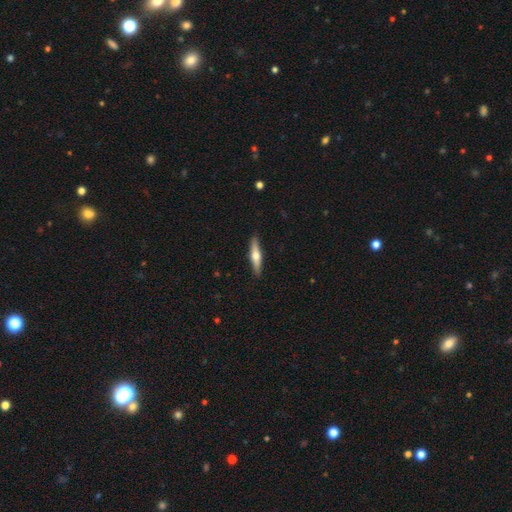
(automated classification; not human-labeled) smooth-or-featured: featured or disk: 52% | smooth: 43% | star or artifact: 5%
  disk-edge-on: yes: 94% | no: 6%
  merging: none: 90% | minor disturbance: 7% | major disturbance: 1% | merger: 1%